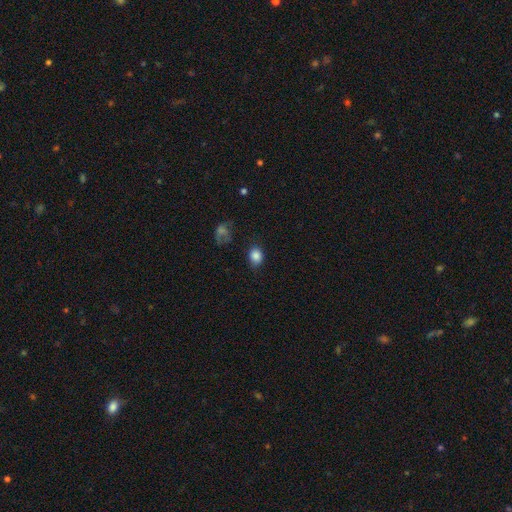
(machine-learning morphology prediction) Smooth or featured: smooth — 86% (star or artifact — 10%)
How rounded: in between — 53% (round — 46%)
Merging: none — 77% (minor disturbance — 16%)